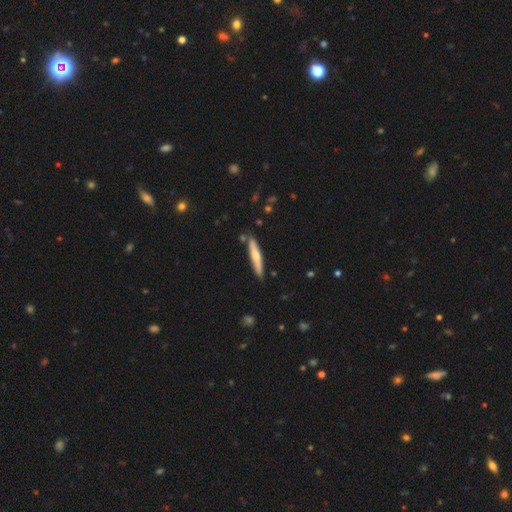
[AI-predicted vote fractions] Overall: smooth (57%; featured or disk 37%). How rounded: cigar-shaped (91%). Merging: none (82%).